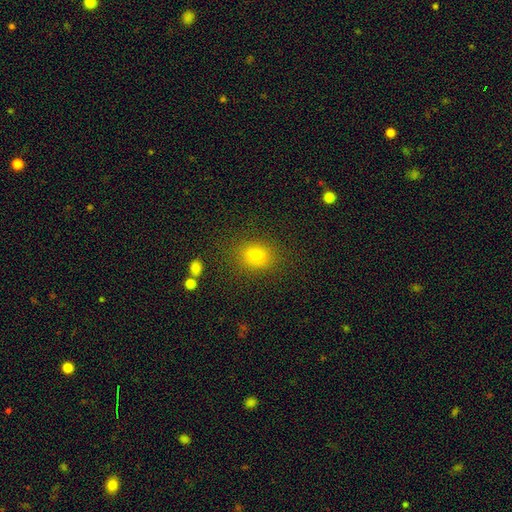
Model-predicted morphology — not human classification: This appears to be a smooth galaxy with no disk features (77%) that is round (57%). Merging: none (83%).